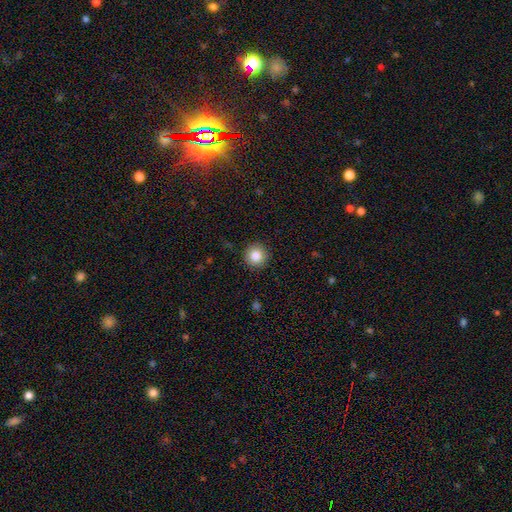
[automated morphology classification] Smooth or featured: smooth — 84% (star or artifact — 9%)
How rounded: round — 95% (in between — 4%)
Merging: none — 92% (minor disturbance — 5%)